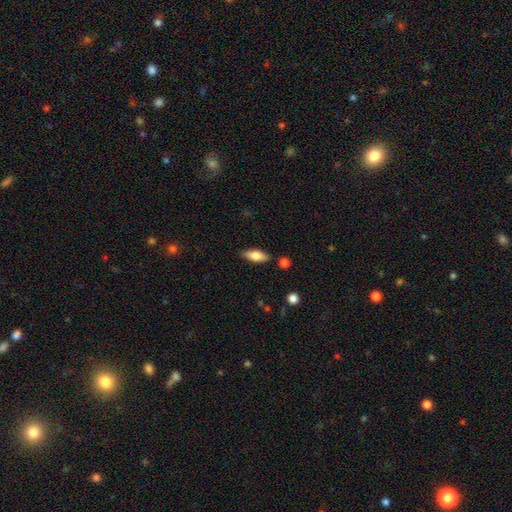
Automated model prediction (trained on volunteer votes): Smooth or featured: smooth — 71% (featured or disk — 22%)
How rounded: in between — 72% (cigar-shaped — 25%)
Merging: none — 84% (minor disturbance — 11%)